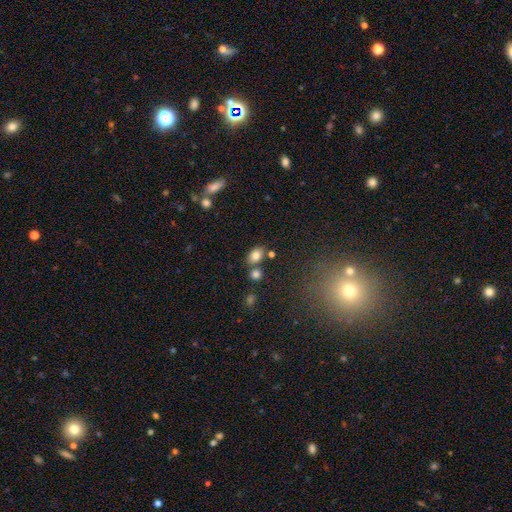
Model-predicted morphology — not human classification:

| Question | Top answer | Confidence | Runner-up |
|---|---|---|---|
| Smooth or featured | smooth | 81% | star or artifact (11%) |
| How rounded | in between | 81% | round (17%) |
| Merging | none | 68% | merger (17%) |